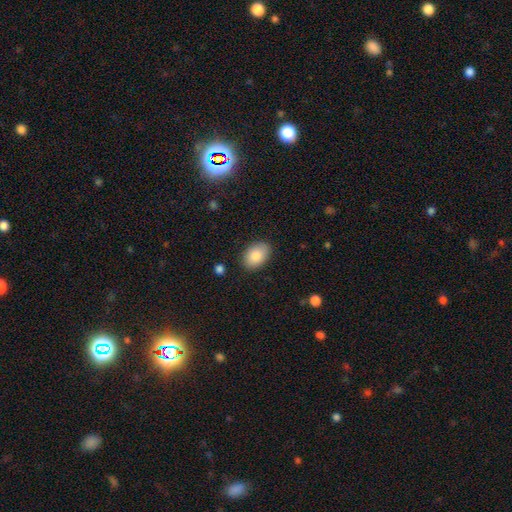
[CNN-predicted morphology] Q: Smooth or featured?
A: smooth (85%); runner-up: featured or disk (8%)
Q: How rounded?
A: in between (86%); runner-up: round (13%)
Q: Merging?
A: none (86%); runner-up: minor disturbance (10%)